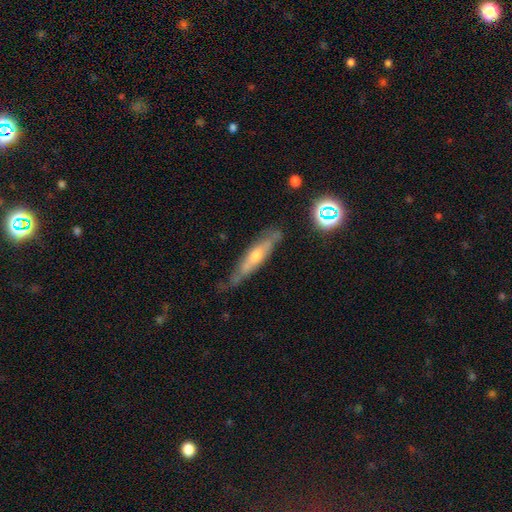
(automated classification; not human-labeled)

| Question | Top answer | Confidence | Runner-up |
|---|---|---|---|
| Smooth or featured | featured or disk | 58% | smooth (34%) |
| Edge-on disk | yes | 72% | no (28%) |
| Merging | none | 64% | minor disturbance (27%) |